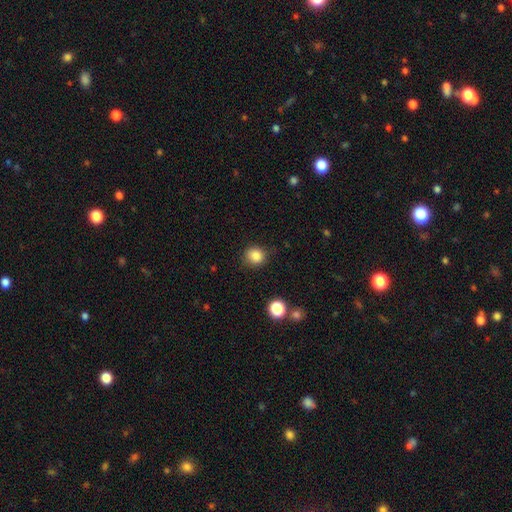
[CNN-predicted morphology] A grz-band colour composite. It shows a smooth galaxy with no disk features (84%) that is round (84%). Merging: none (82%).